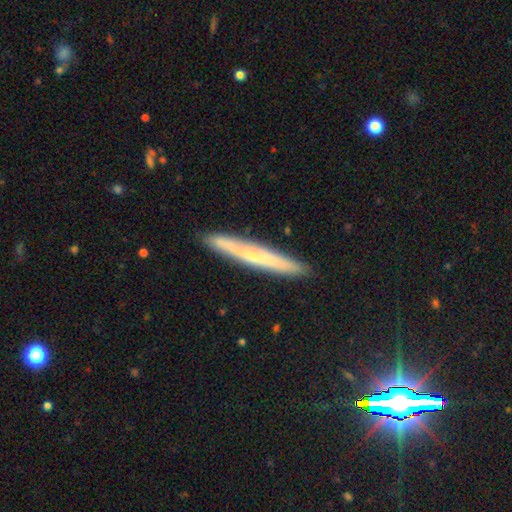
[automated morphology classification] Smooth or featured? smooth (47%)
Merging? none (90%)